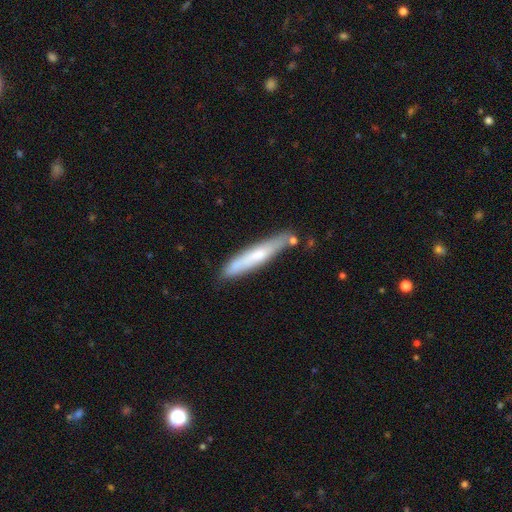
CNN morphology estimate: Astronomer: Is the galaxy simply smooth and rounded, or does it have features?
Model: smooth — 56% (runner-up: featured or disk, 38%).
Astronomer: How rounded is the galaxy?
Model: cigar-shaped — 91%.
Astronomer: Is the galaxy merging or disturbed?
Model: none — 77%.